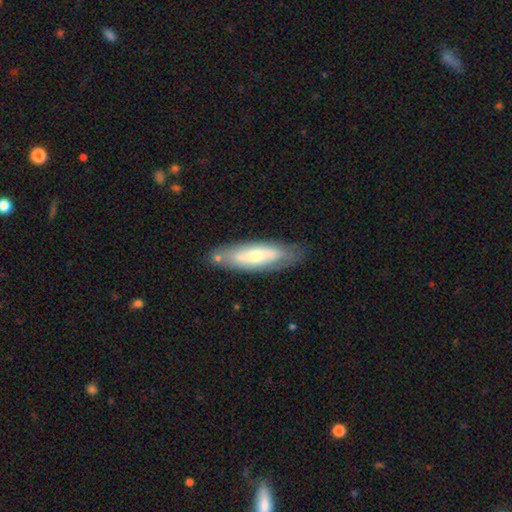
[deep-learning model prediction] Morphology: type=smooth (51%); roundness=cigar-shaped (50%); merging=none (76%).